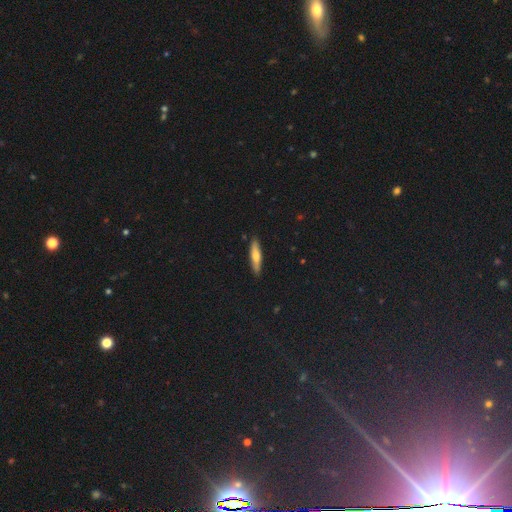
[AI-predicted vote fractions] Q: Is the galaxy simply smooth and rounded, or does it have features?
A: smooth — 58%.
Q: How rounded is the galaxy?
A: cigar-shaped — 80%.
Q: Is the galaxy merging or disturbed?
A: none — 88%.